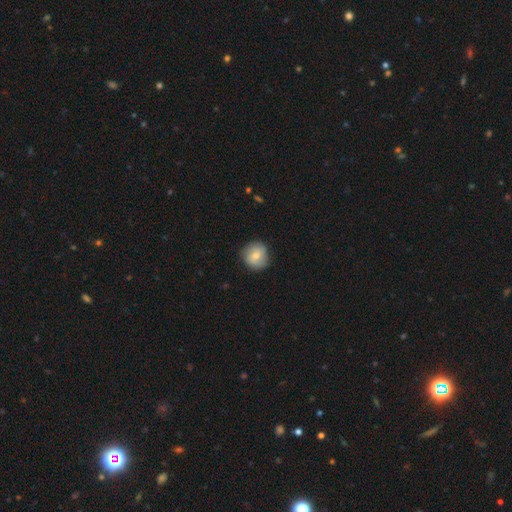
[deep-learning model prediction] Smooth or featured? Predicted: smooth (p=0.71). How rounded? Predicted: round (p=0.89). Merging? Predicted: none (p=0.82).